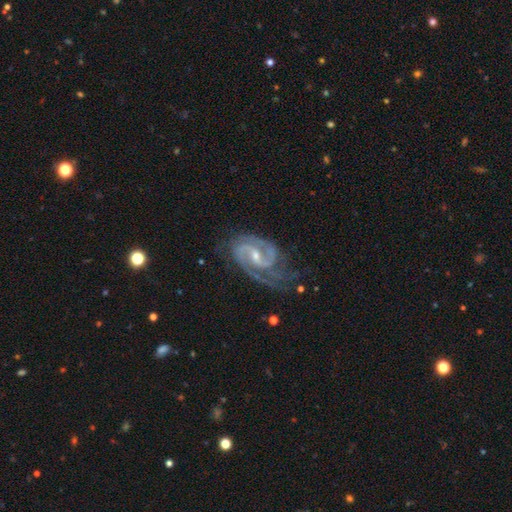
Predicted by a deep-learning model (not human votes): Smooth or featured: featured or disk — 93% (star or artifact — 4%)
Edge-on disk: no — 98% (yes — 2%)
Bar: weak — 51% (no — 25%)
Spiral arms: yes — 98% (no — 2%)
Spiral winding: medium — 54% (tight — 35%)
Spiral arm count: 2 — 84% (3 — 7%)
Bulge size: small — 59% (moderate — 37%)
Merging: none — 61% (minor disturbance — 24%)